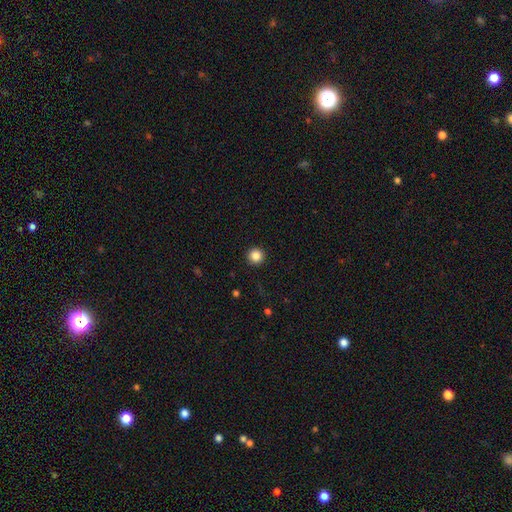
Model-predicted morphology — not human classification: smooth_or_featured: smooth (p=0.86) [alt: star or artifact p=0.11]
how_rounded: round (p=0.96) [alt: in between p=0.03]
merging: none (p=0.93) [alt: minor disturbance p=0.04]